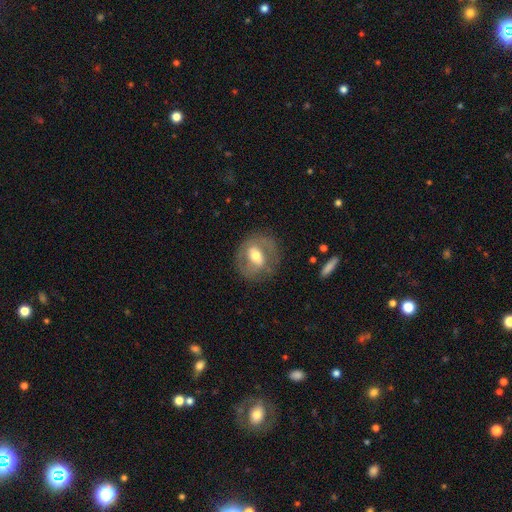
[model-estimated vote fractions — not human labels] Overall: featured or disk (57%; smooth 37%). Edge-on disk: no (92%). Bar: weak (39%; strong 33%). Spiral arms: no (60%; yes 40%). Bulge size: moderate (67%). Merging: none (73%).